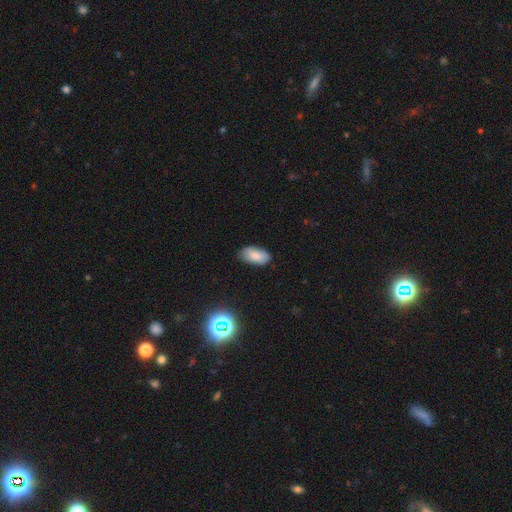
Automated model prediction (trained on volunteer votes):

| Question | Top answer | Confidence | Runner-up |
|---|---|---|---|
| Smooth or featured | smooth | 80% | featured or disk (11%) |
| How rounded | in between | 94% | round (3%) |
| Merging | none | 81% | minor disturbance (15%) |